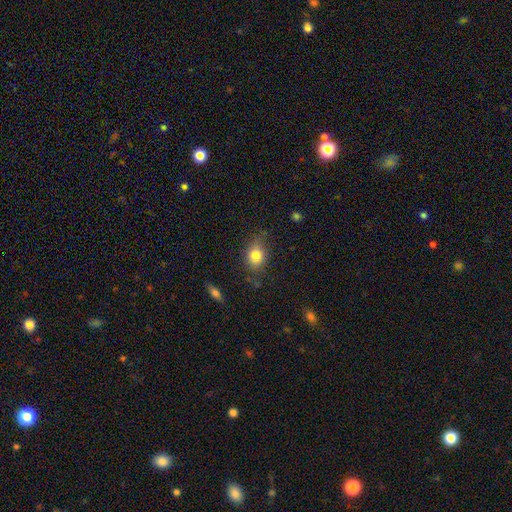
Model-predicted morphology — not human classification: Smooth or featured? smooth (81%)
How rounded? in between (56%)
Merging? none (71%)